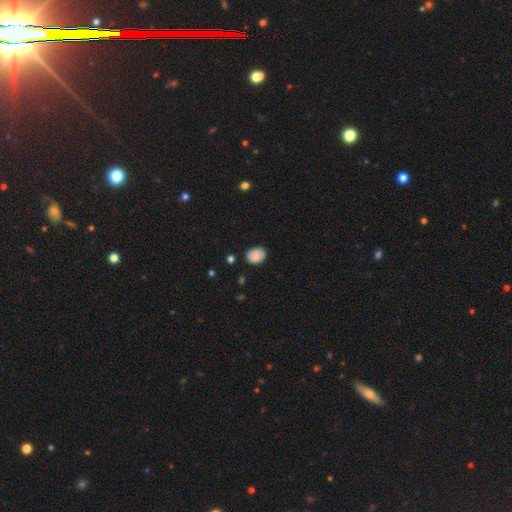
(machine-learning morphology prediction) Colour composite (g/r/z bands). It shows a smooth galaxy with no disk features (84%) that is in between round and cigar-shaped (57%). Merging: none (77%).